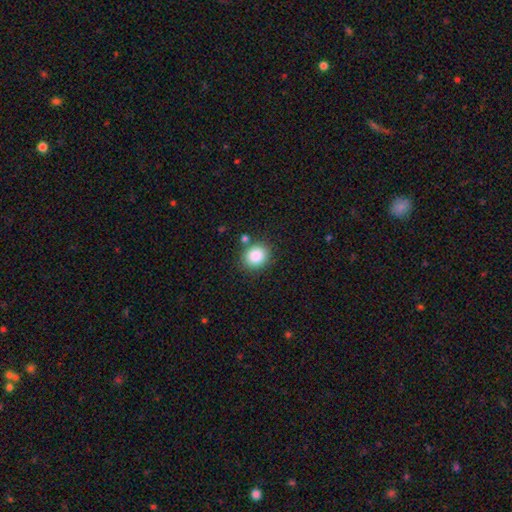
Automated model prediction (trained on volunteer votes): Q: Smooth or featured?
A: smooth (87%); runner-up: star or artifact (9%)
Q: How rounded?
A: round (71%); runner-up: in between (28%)
Q: Merging?
A: none (82%); runner-up: minor disturbance (10%)